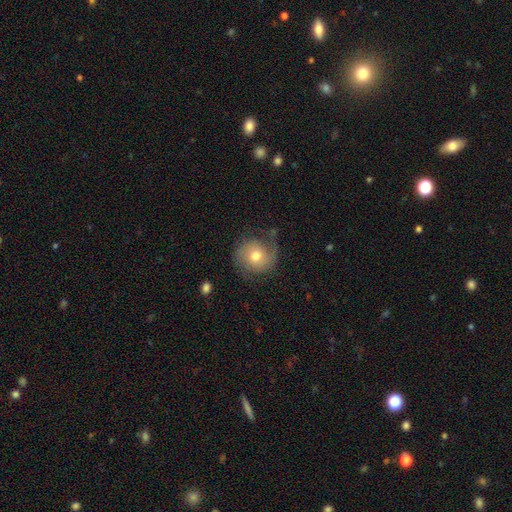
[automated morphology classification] Smooth or featured: featured or disk — 51% (smooth — 40%)
Edge-on disk: no — 97% (yes — 3%)
Merging: none — 67% (minor disturbance — 19%)